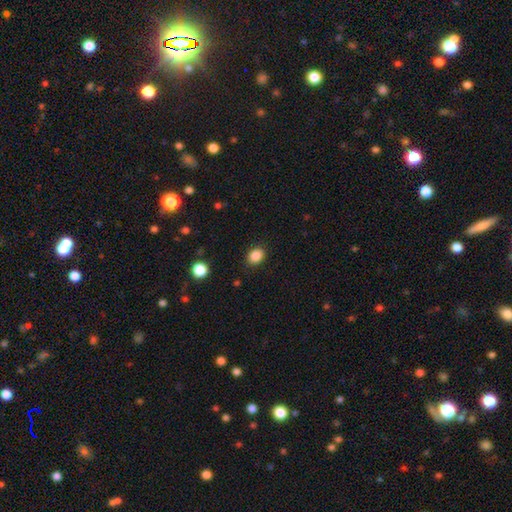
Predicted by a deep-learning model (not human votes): Smooth or featured?
  - smooth: 86% *
  - star or artifact: 10%
  - featured or disk: 4%
How rounded?
  - in between: 58% *
  - round: 41%
  - cigar-shaped: 1%
Merging?
  - none: 88% *
  - minor disturbance: 9%
  - major disturbance: 3%
  - merger: 1%